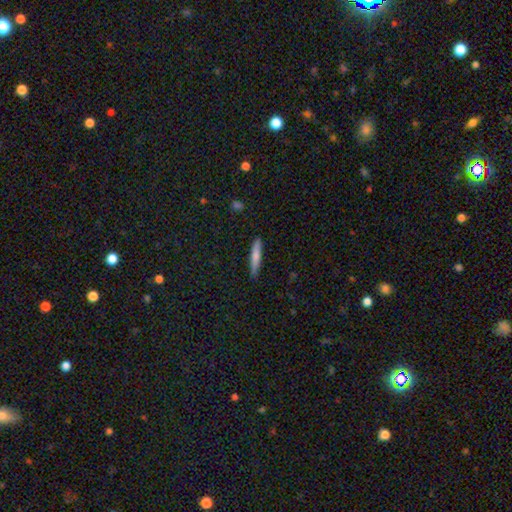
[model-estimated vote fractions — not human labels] Q: Smooth or featured?
A: smooth (73%); runner-up: featured or disk (21%)
Q: How rounded?
A: cigar-shaped (91%); runner-up: in between (8%)
Q: Merging?
A: none (87%); runner-up: minor disturbance (10%)